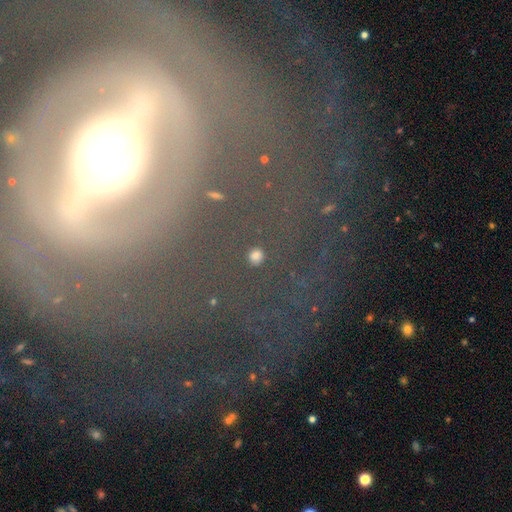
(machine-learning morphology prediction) Overall: smooth (56%; star or artifact 36%). How rounded: round (84%). Merging: none (84%).